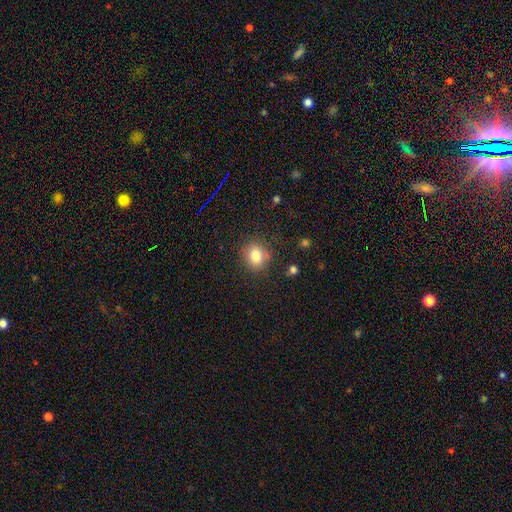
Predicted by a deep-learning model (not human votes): smooth_or_featured: smooth (p=0.80) [alt: star or artifact p=0.12]
how_rounded: round (p=0.73) [alt: in between p=0.26]
merging: none (p=0.81) [alt: minor disturbance p=0.12]